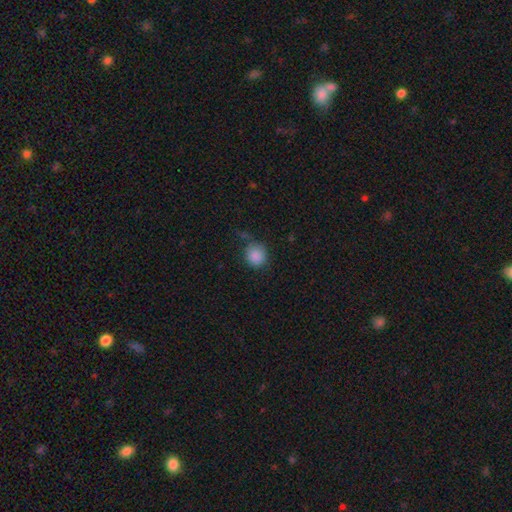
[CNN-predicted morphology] smooth-or-featured: smooth: 87% | star or artifact: 9% | featured or disk: 4%
  how-rounded: round: 85% | in between: 14% | cigar-shaped: 1%
  merging: none: 67% | minor disturbance: 21% | major disturbance: 7% | merger: 5%